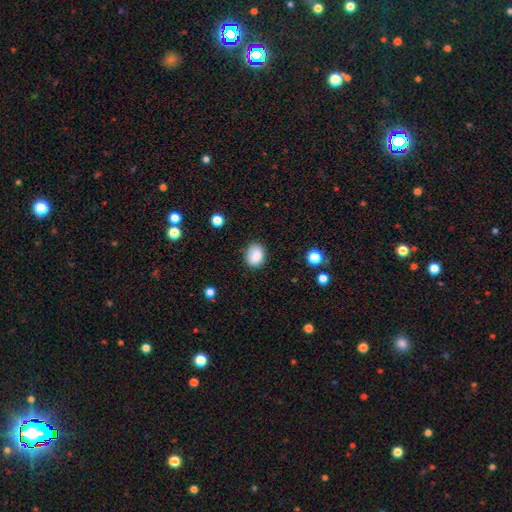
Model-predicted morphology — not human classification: Smooth or featured? smooth (87%)
How rounded? in between (58%)
Merging? none (80%)